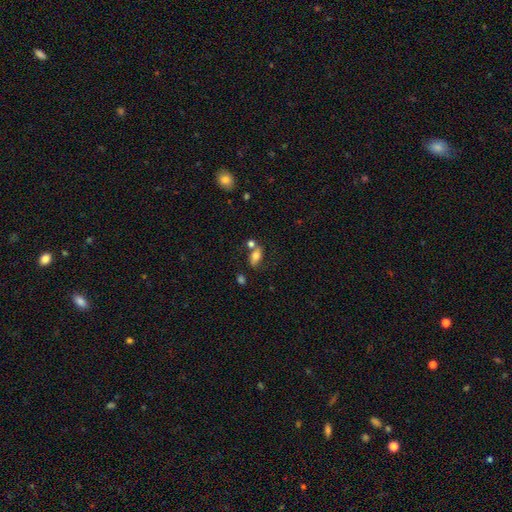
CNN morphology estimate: type=smooth (68%); roundness=in between (81%); merging=none (55%).